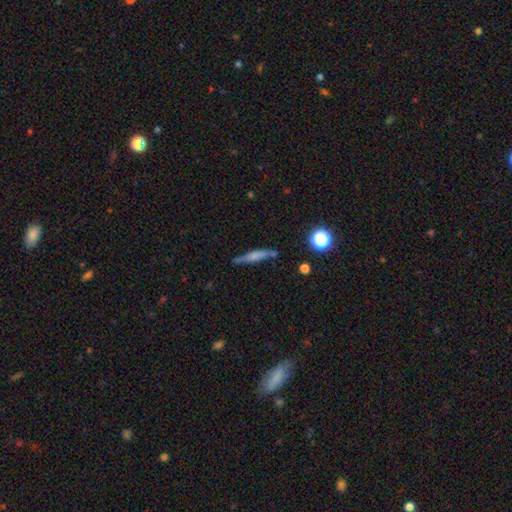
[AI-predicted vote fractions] Overall: smooth (48%; featured or disk 42%). Merging: none (75%).